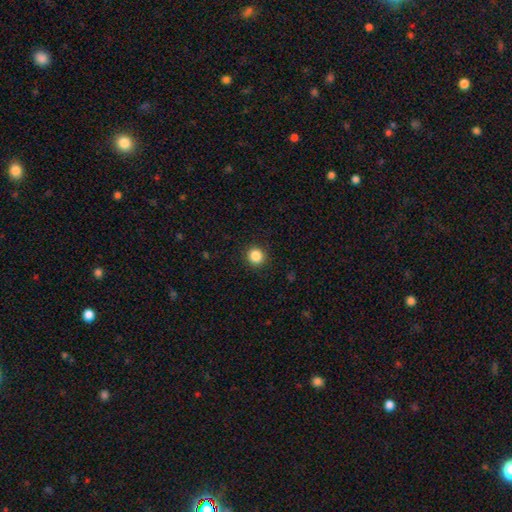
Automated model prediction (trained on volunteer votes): Overall: smooth (86%). How rounded: round (92%). Merging: none (92%).